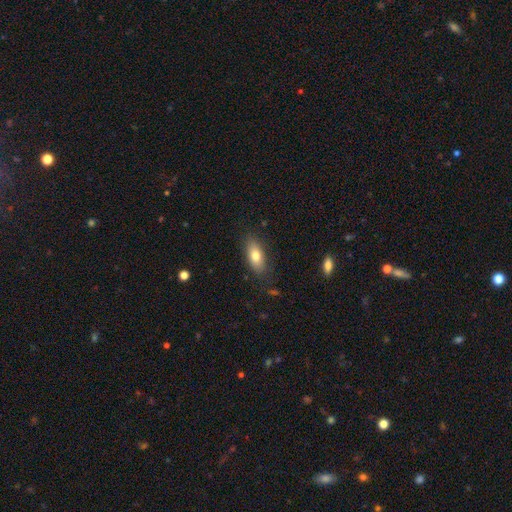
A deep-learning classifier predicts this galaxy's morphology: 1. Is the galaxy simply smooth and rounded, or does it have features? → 76% smooth, 16% featured or disk, 7% star or artifact.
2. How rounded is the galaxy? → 83% in between, 12% cigar-shaped, 5% round.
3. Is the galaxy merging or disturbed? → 82% none, 13% minor disturbance, 3% major disturbance, 1% merger.